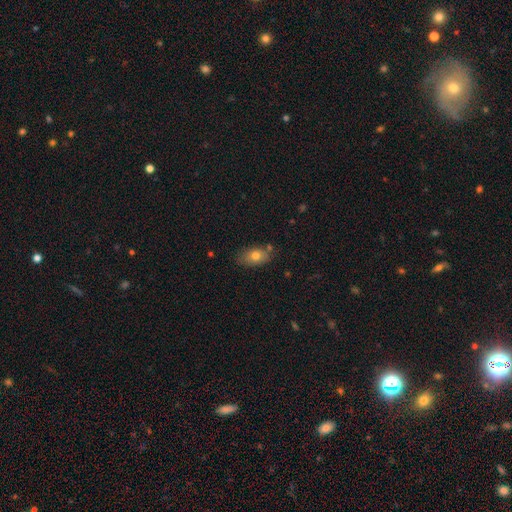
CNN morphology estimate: type=smooth (76%); roundness=in between (86%); merging=none (73%).